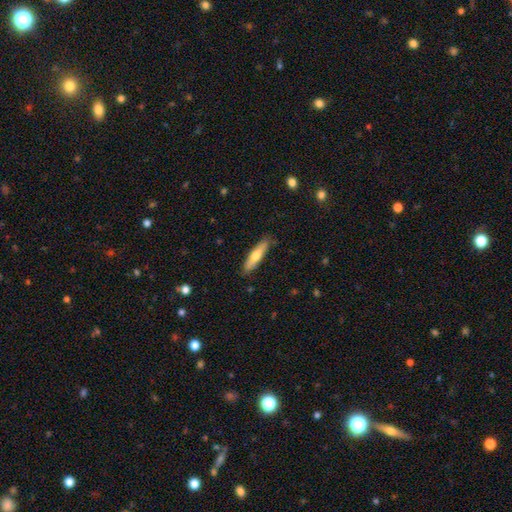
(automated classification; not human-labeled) This appears to be a smooth galaxy with no disk features (62%) that is cigar-shaped (78%). Merging: none (85%).